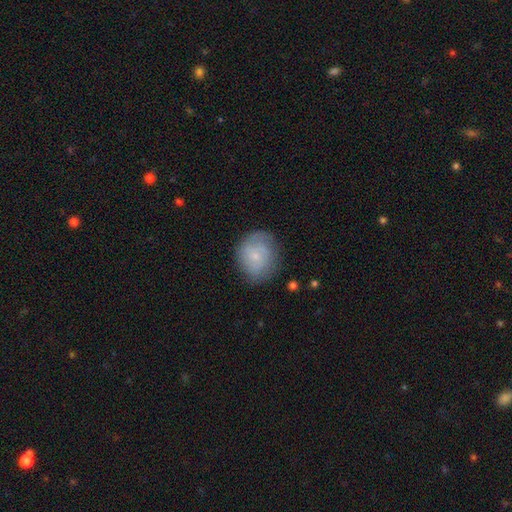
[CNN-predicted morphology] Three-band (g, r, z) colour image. It shows a smooth galaxy with no disk features (52%) that is round (71%). Merging: none (68%).